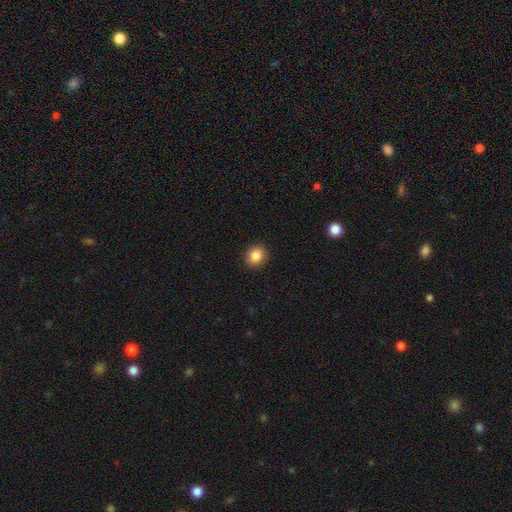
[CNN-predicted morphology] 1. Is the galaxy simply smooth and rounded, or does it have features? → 87% smooth, 9% star or artifact, 4% featured or disk.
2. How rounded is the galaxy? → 75% round, 24% in between, 1% cigar-shaped.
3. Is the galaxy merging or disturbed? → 91% none, 6% minor disturbance, 2% major disturbance, 1% merger.